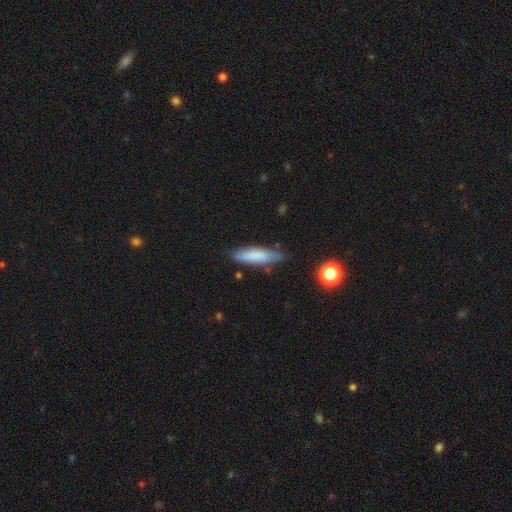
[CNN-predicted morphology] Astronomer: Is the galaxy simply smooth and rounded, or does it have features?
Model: smooth — 77%.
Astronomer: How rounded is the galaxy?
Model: cigar-shaped — 63%.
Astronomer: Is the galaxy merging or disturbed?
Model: none — 71%.